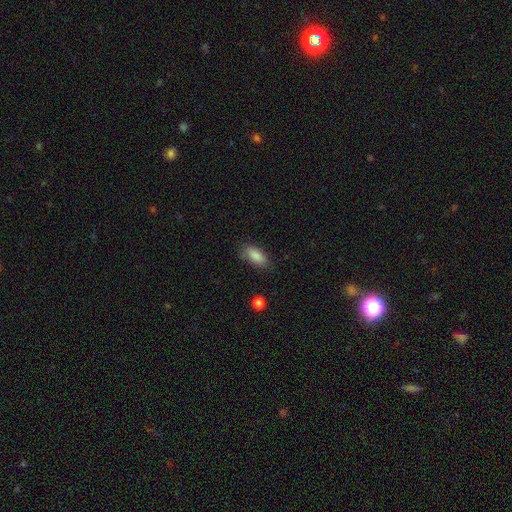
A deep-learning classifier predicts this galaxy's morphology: smooth_or_featured: smooth (p=0.87) [alt: star or artifact p=0.07]
how_rounded: in between (p=0.87) [alt: cigar-shaped p=0.10]
merging: none (p=0.80) [alt: minor disturbance p=0.15]